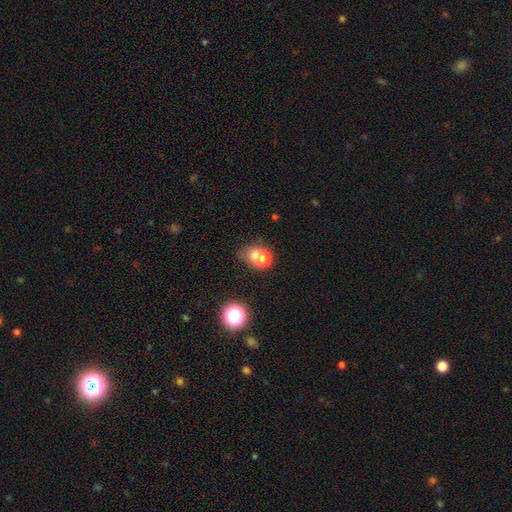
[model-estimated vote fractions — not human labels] smooth 67%, featured or disk 17%, star or artifact 16%. Down the decision tree: how rounded — round (60%); merging — merger (48%).